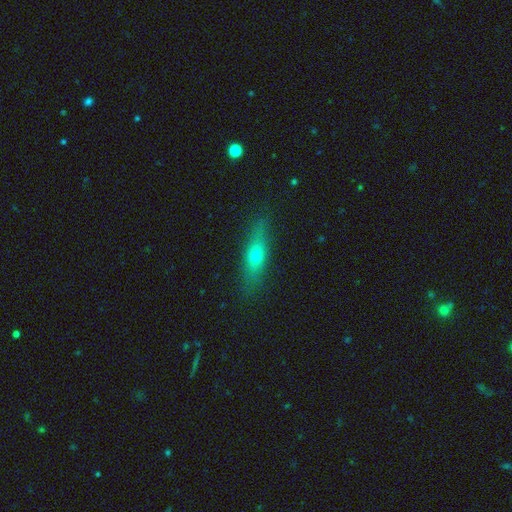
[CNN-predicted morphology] type=smooth (56%); roundness=cigar-shaped (57%); merging=none (85%).